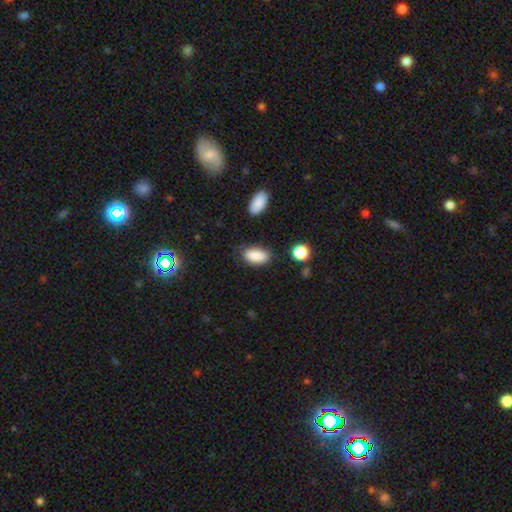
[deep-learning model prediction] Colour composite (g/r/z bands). It shows a smooth galaxy with no disk features (87%) that is in between round and cigar-shaped (90%). Merging: none (78%).